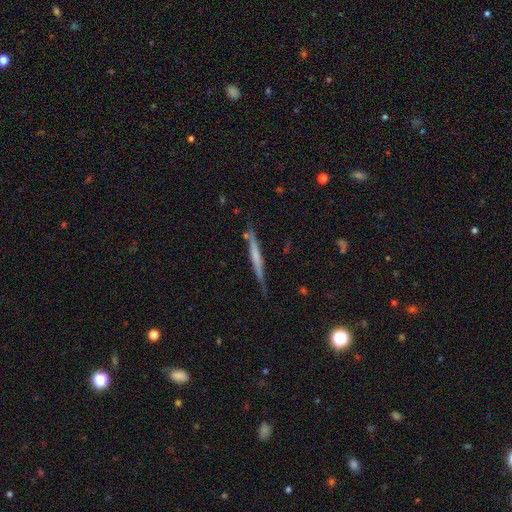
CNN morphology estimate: smooth_or_featured: featured or disk (p=0.55) [alt: smooth p=0.39]
disk_edge_on: yes (p=0.96) [alt: no p=0.04]
edge_on_bulge: none (p=0.70) [alt: rounded p=0.18]
merging: none (p=0.81) [alt: minor disturbance p=0.14]